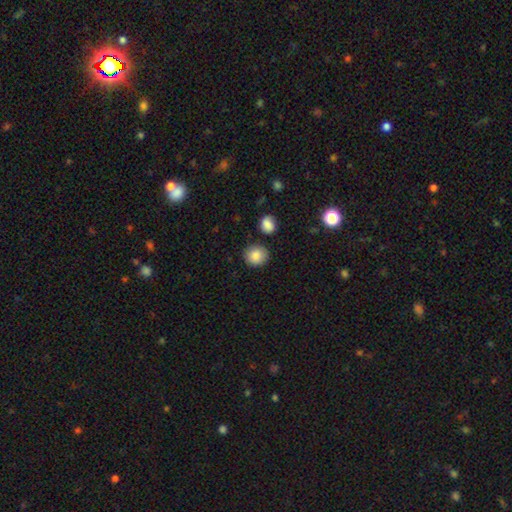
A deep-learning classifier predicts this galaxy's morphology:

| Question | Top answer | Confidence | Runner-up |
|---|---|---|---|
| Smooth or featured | smooth | 86% | star or artifact (8%) |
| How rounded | round | 85% | in between (14%) |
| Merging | none | 85% | minor disturbance (9%) |